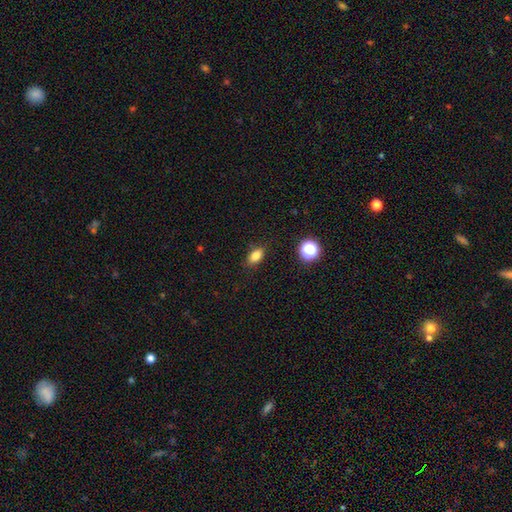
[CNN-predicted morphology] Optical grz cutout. It shows a smooth galaxy with no disk features (82%) that is in between round and cigar-shaped (82%). Merging: none (86%).